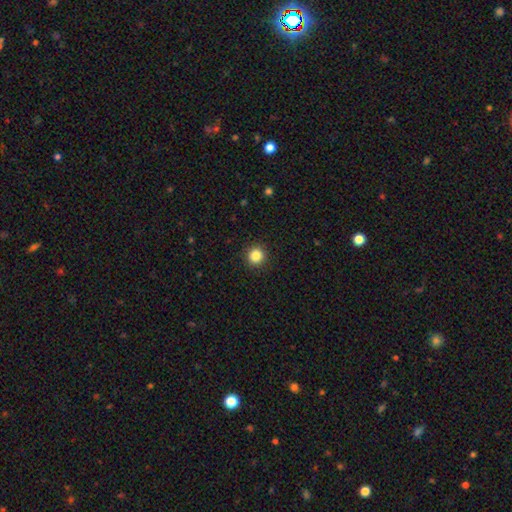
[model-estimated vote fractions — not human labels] smooth 84%, star or artifact 11%, featured or disk 4%. Down the decision tree: how rounded — round (95%); merging — none (93%).